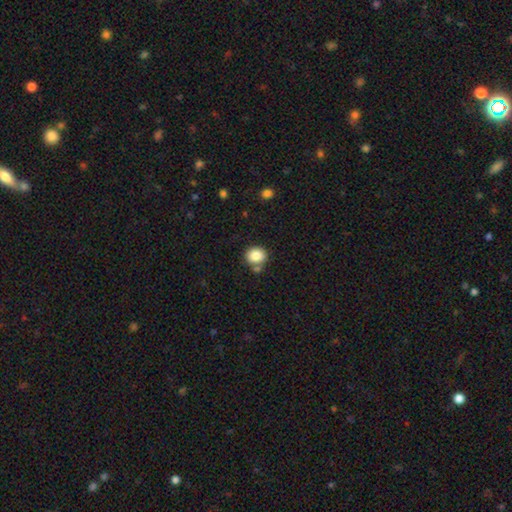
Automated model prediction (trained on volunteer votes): Q: Smooth or featured?
A: smooth (85%); runner-up: star or artifact (9%)
Q: How rounded?
A: round (77%); runner-up: in between (22%)
Q: Merging?
A: none (70%); runner-up: merger (15%)